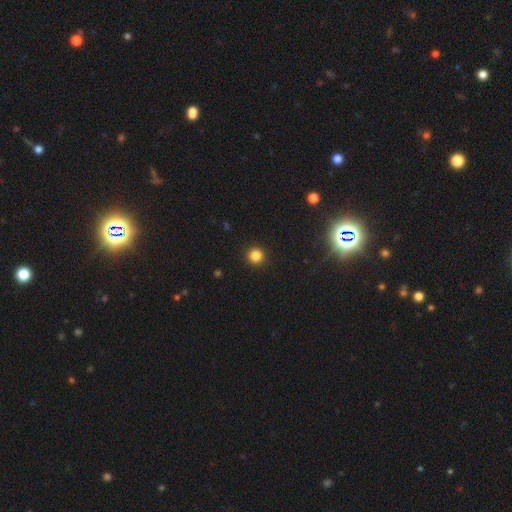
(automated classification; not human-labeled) Smooth or featured? Predicted: smooth (p=0.83). How rounded? Predicted: round (p=0.95). Merging? Predicted: none (p=0.93).